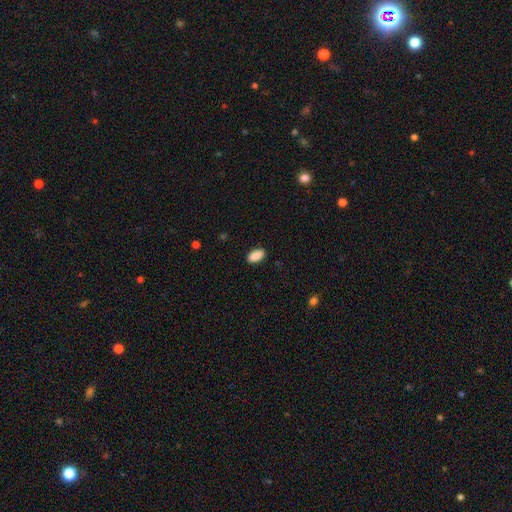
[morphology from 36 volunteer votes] A smooth galaxy with no disk features (94%) that is in between round and cigar-shaped (97%). Merging: none (94%).